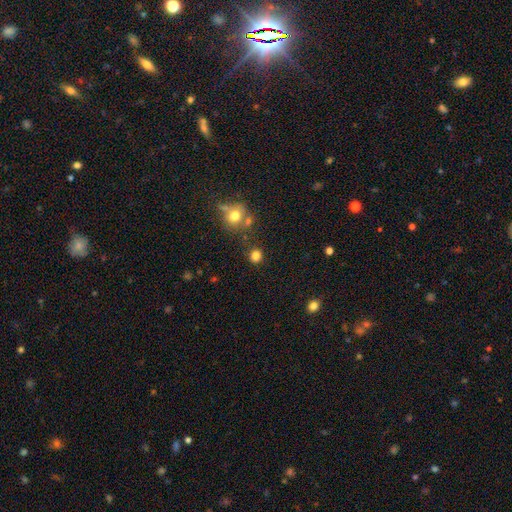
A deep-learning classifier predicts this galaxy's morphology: This is clearly a smooth galaxy (81%). How rounded: clearly round (87%). Merging: clearly none (82%).